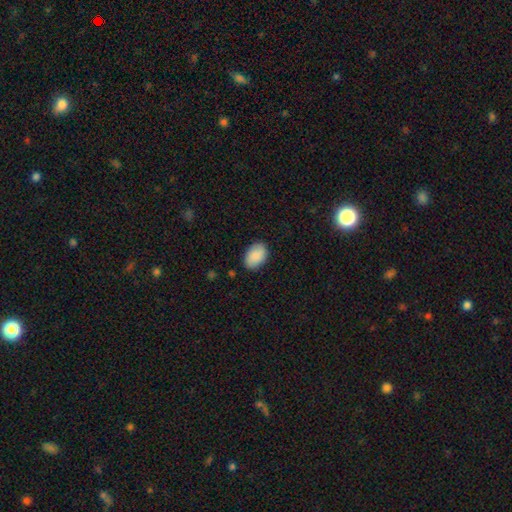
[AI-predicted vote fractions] A smooth galaxy with no disk features (88%) that is in between round and cigar-shaped (87%).

Vote fractions:
- Smooth or featured? smooth: 88% / star or artifact: 6% / featured or disk: 6%
- How rounded? in between: 87% / round: 12% / cigar-shaped: 1%
- Merging? none: 84% / minor disturbance: 12% / major disturbance: 3% / merger: 1%